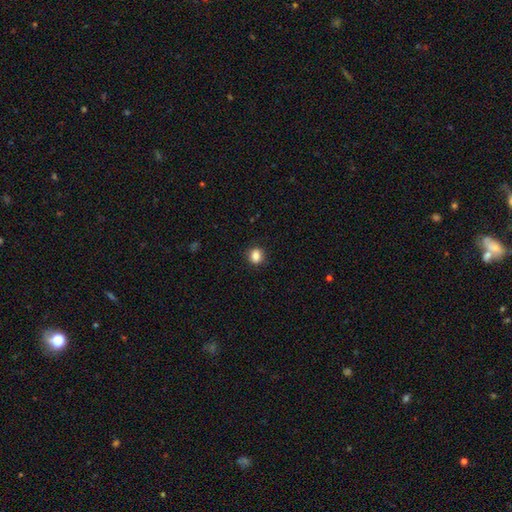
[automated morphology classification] Smooth or featured? Predicted: smooth (p=0.86). How rounded? Predicted: round (p=0.60). Merging? Predicted: none (p=0.87).